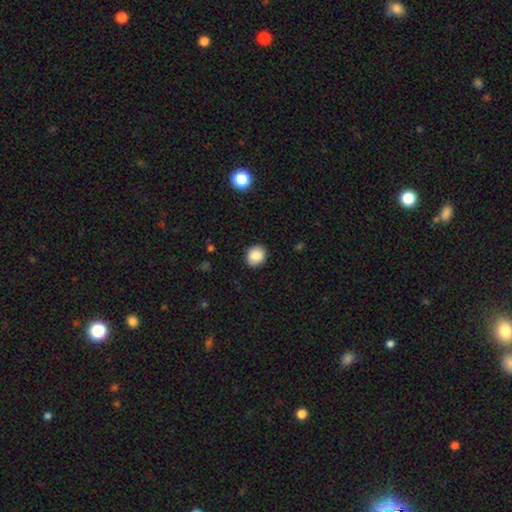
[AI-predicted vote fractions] Smooth or featured? Predicted: smooth (p=0.86). How rounded? Predicted: round (p=0.73). Merging? Predicted: none (p=0.89).